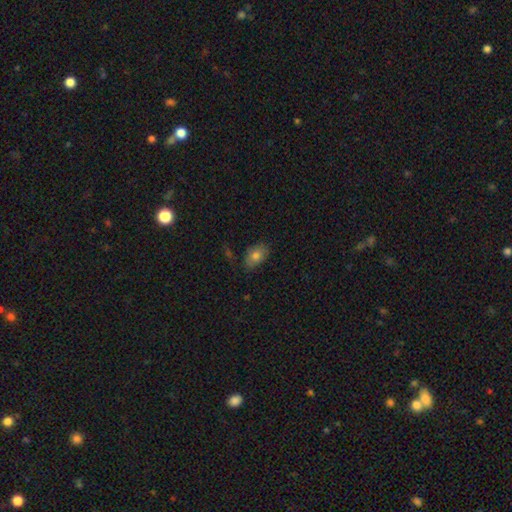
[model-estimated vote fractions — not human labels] Smooth or featured: smooth — 78% (featured or disk — 13%)
How rounded: in between — 87% (round — 11%)
Merging: none — 77% (minor disturbance — 18%)